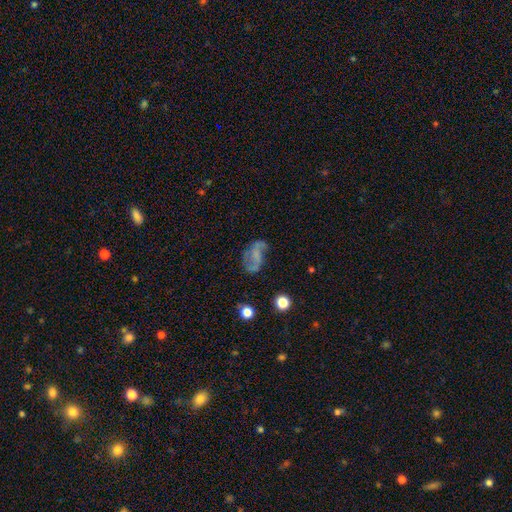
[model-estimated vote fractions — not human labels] A featured or disk galaxy (64%) with no bar (50%), spiral arms (79%) and no central bulge (61%). Merging: none (54%).